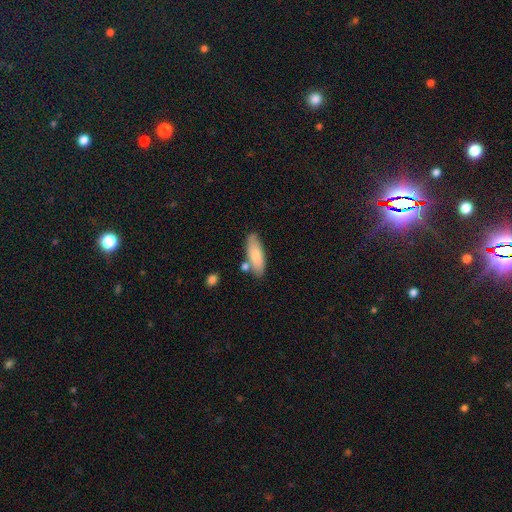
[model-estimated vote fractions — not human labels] Smooth or featured? Predicted: smooth (p=0.79). How rounded? Predicted: in between (p=0.64). Merging? Predicted: none (p=0.72).